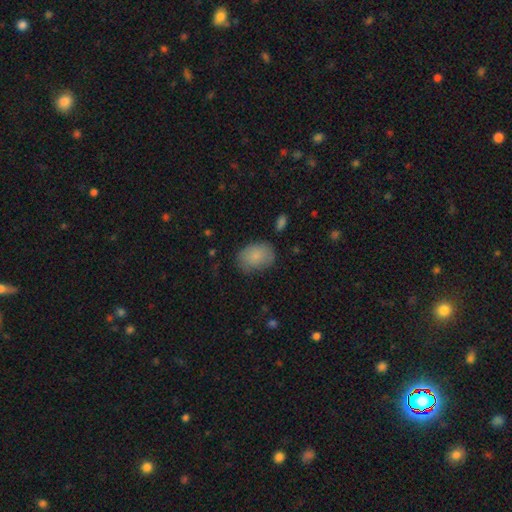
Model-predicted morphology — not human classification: This is clearly a smooth galaxy (83%). How rounded: likely in between (76%). Merging: likely none (70%).